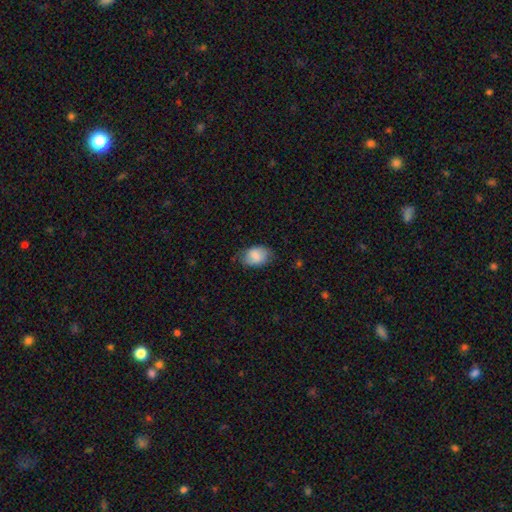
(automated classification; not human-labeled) Smooth or featured? smooth (79%)
How rounded? in between (85%)
Merging? none (69%)